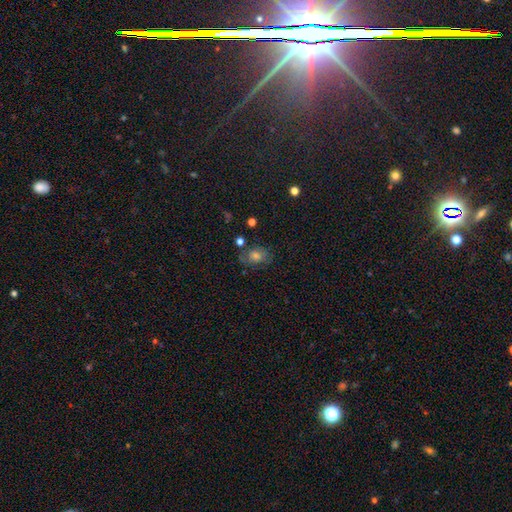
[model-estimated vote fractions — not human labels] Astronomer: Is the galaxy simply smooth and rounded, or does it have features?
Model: smooth — 48% (runner-up: star or artifact, 27%).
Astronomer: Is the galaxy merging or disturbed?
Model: none — 71%.